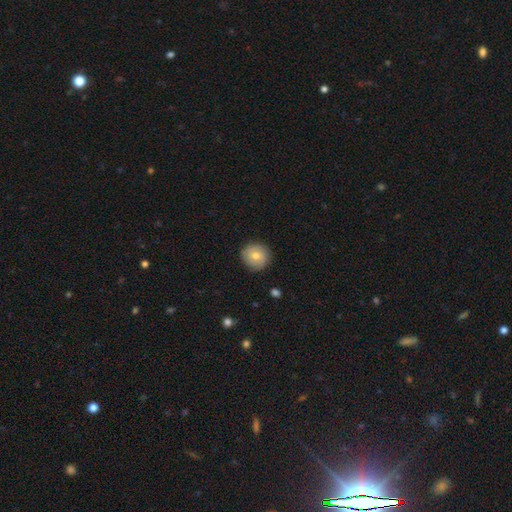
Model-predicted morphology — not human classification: A smooth galaxy with no disk features (67%) that is round (91%). Merging: none (86%).